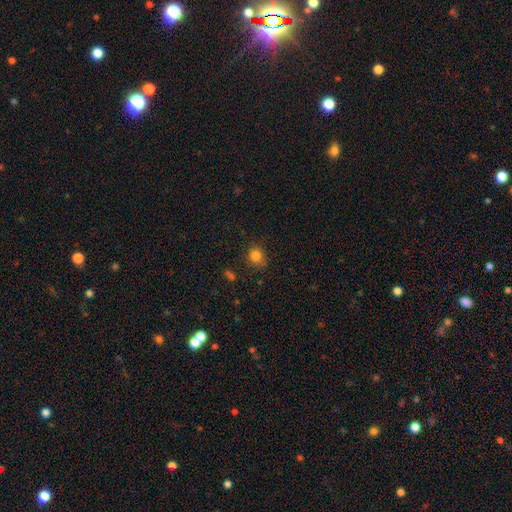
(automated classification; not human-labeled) A smooth galaxy with no disk features (82%) that is round (77%). Merging: none (75%).